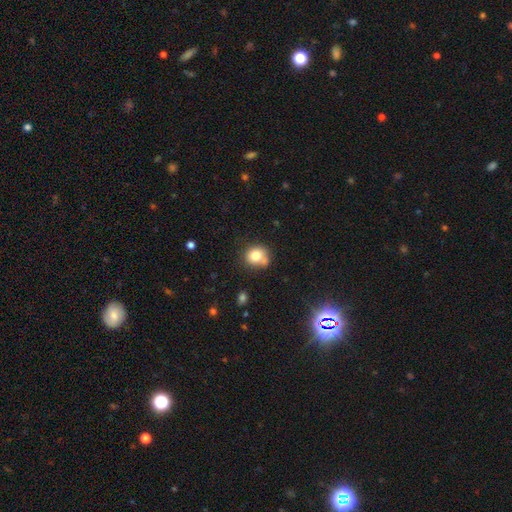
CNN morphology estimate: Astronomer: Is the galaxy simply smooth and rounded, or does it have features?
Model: smooth — 77%.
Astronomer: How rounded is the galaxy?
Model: round — 77%.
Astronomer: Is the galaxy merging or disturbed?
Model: none — 57%.